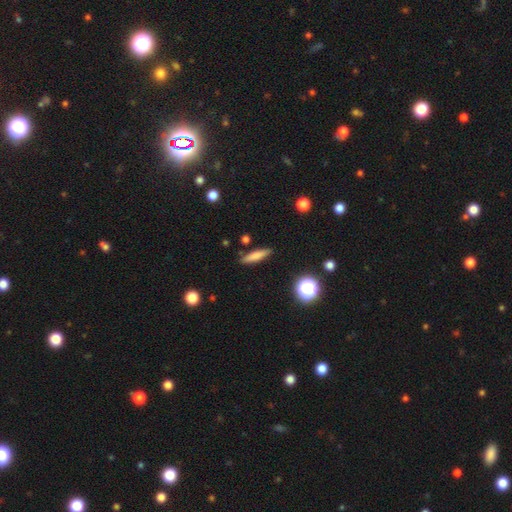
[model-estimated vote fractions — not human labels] This is likely a smooth galaxy (75%). How rounded: likely cigar-shaped (80%). Merging: clearly none (87%).